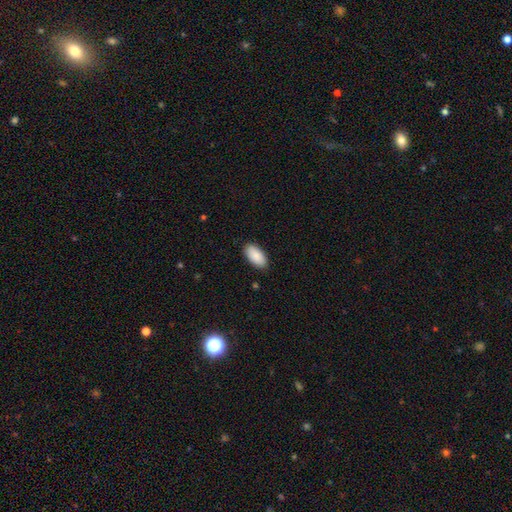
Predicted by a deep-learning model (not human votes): A smooth galaxy with no disk features (90%) that is in between round and cigar-shaped (95%). Merging: none (88%).